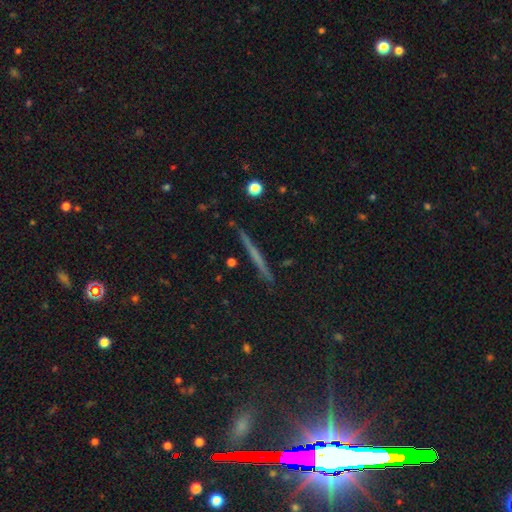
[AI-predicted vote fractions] smooth_or_featured: featured or disk (p=0.52) [alt: smooth p=0.37]
disk_edge_on: yes (p=0.97) [alt: no p=0.03]
edge_on_bulge: none (p=0.82) [alt: rounded p=0.13]
merging: none (p=0.91) [alt: minor disturbance p=0.06]